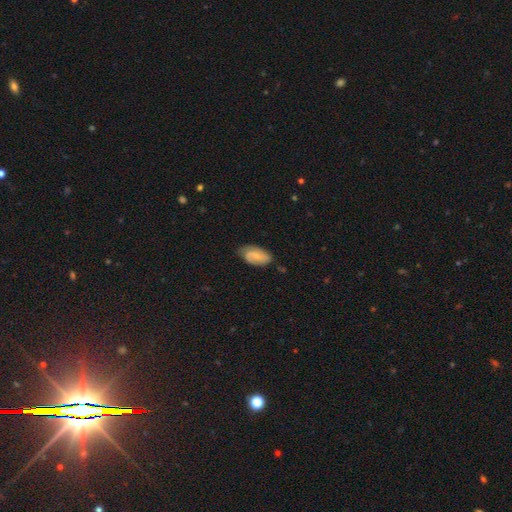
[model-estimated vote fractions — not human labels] This appears to be a smooth galaxy with no disk features (55%) that is in between round and cigar-shaped (93%). Merging: none (68%).